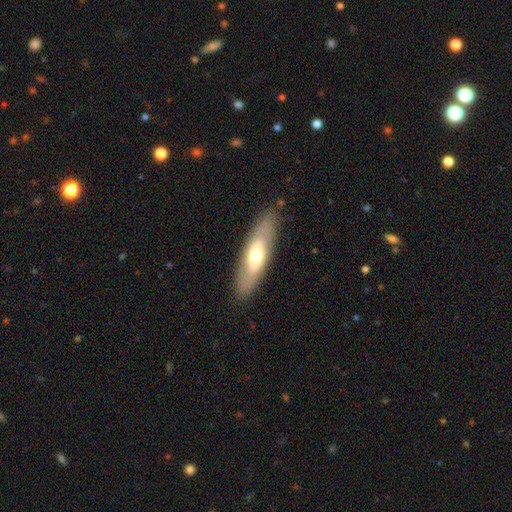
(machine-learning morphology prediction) Overall: smooth (50%; featured or disk 45%). Merging: none (86%).